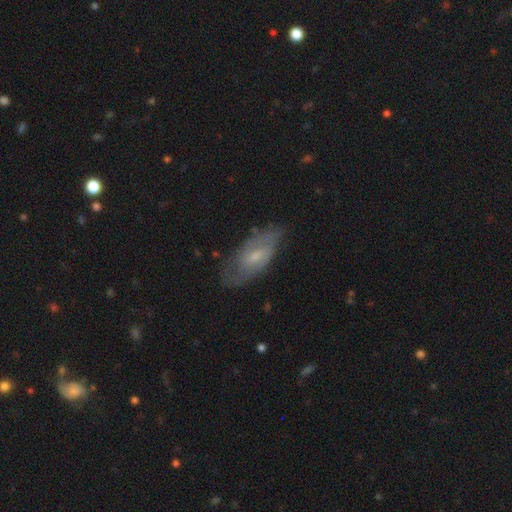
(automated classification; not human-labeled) featured or disk 55%, smooth 38%, star or artifact 7%. Down the decision tree: edge-on disk — no (87%); merging — none (69%).